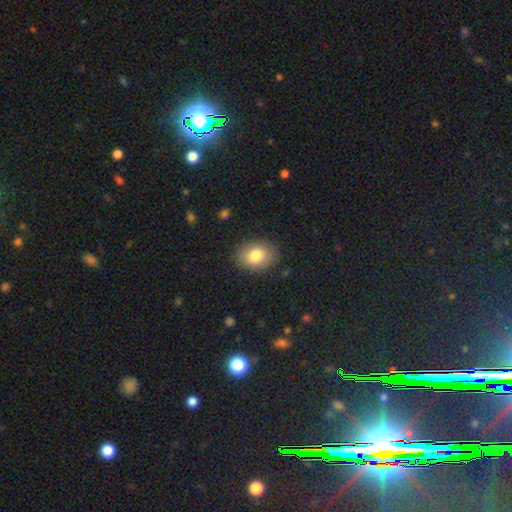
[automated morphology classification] Smooth or featured? Predicted: smooth (p=0.81). How rounded? Predicted: in between (p=0.67). Merging? Predicted: none (p=0.86).